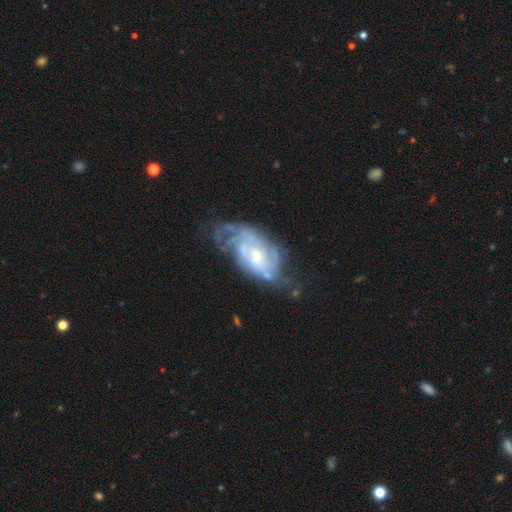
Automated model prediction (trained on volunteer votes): featured or disk 77%, smooth 15%, star or artifact 7%. Down the decision tree: edge-on disk — no (95%); bar — no (66%); spiral arms — yes (80%); spiral arm count — can't tell (55%); spiral winding — tight (49%); bulge size — small (43%); merging — none (46%).